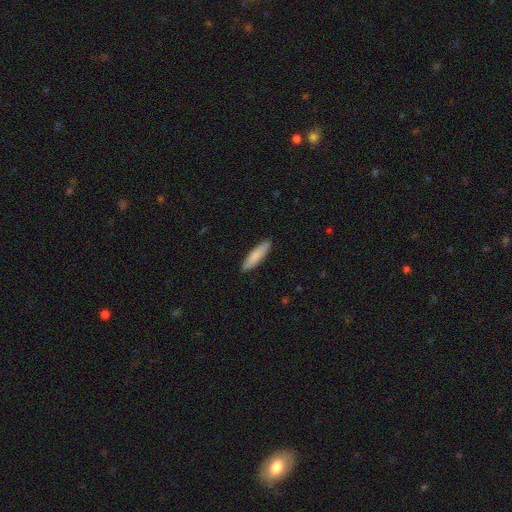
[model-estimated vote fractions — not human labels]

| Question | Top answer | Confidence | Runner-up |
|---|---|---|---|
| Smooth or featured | smooth | 82% | featured or disk (13%) |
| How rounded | cigar-shaped | 75% | in between (23%) |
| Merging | none | 90% | minor disturbance (8%) |